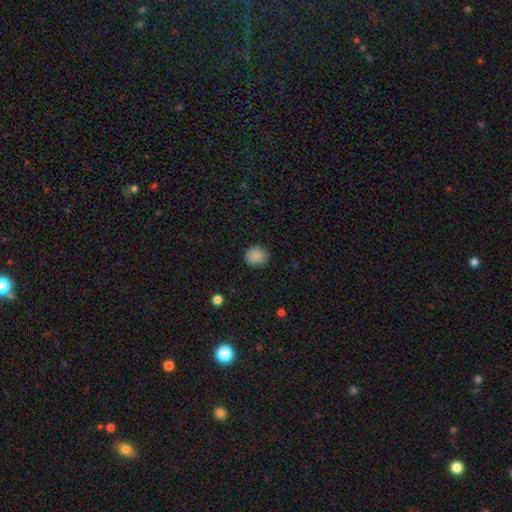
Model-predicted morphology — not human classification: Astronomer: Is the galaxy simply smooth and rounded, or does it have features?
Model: smooth — 88%.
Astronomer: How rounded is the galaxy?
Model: round — 86%.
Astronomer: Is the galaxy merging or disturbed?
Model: none — 89%.